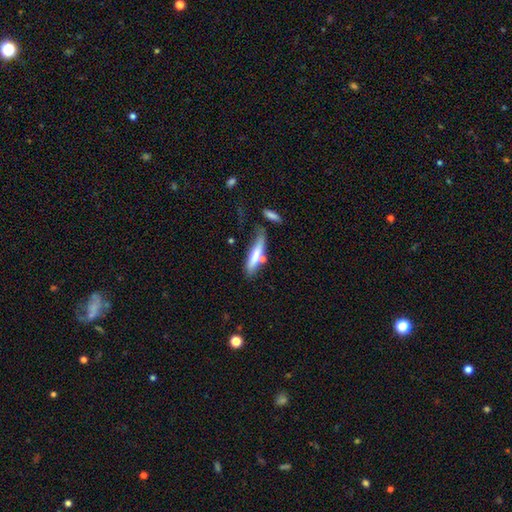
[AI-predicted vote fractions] Morphology: type=smooth (68%); roundness=cigar-shaped (74%); merging=none (45%).